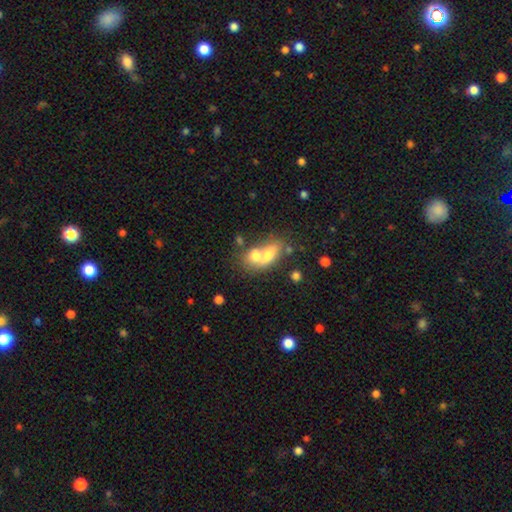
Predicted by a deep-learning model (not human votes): Q: Smooth or featured?
A: smooth (67%); runner-up: featured or disk (24%)
Q: How rounded?
A: in between (68%); runner-up: round (25%)
Q: Merging?
A: merger (67%); runner-up: none (21%)